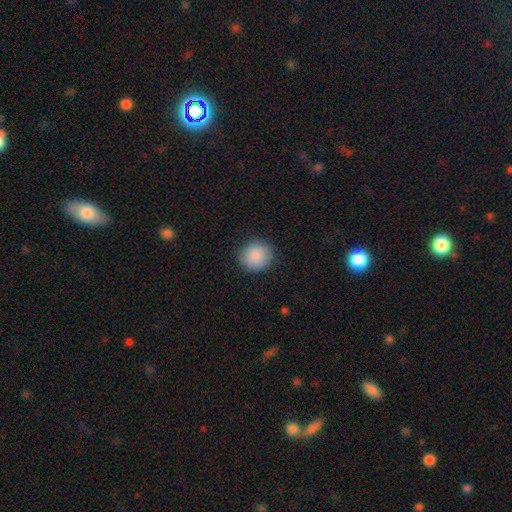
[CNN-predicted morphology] A smooth galaxy with no disk features (89%) that is round (88%). Merging: none (87%).